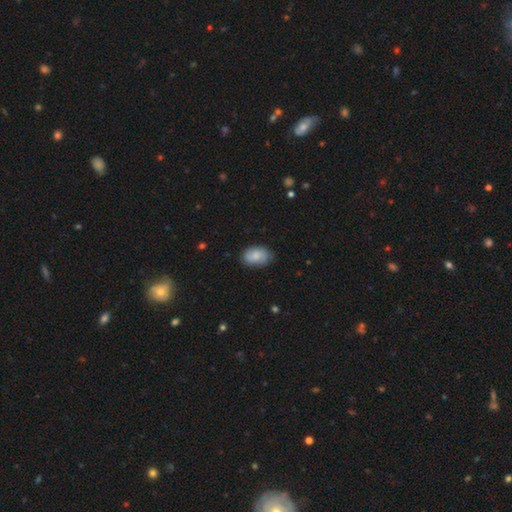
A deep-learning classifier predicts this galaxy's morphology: smooth-or-featured: smooth: 80% | featured or disk: 13% | star or artifact: 7%
  how-rounded: in between: 89% | round: 10% | cigar-shaped: 1%
  merging: none: 78% | minor disturbance: 18% | major disturbance: 3% | merger: 1%